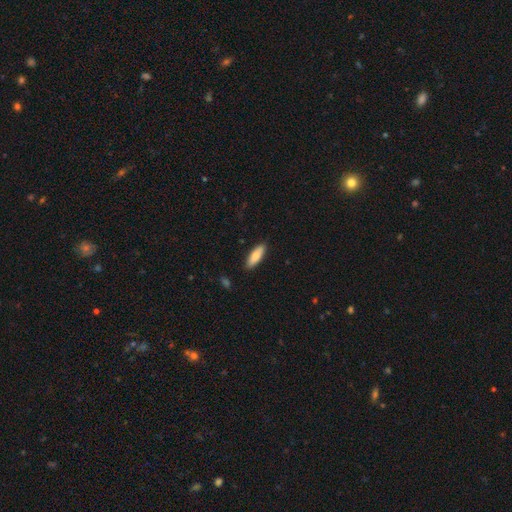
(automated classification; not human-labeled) A smooth galaxy with no disk features (75%) that is in between round and cigar-shaped (59%). Merging: none (89%).